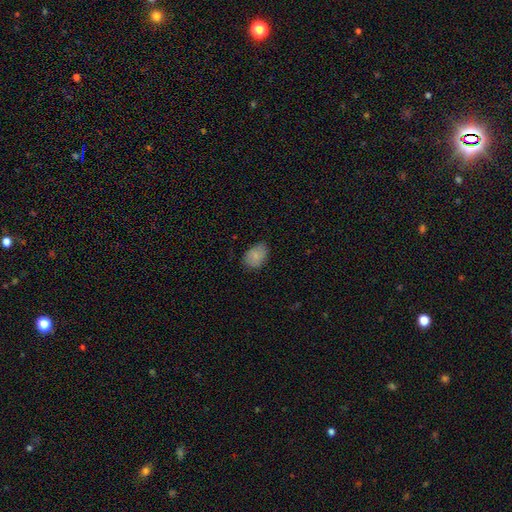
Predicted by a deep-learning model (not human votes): Smooth or featured? Predicted: smooth (p=0.83). How rounded? Predicted: in between (p=0.80). Merging? Predicted: none (p=0.74).